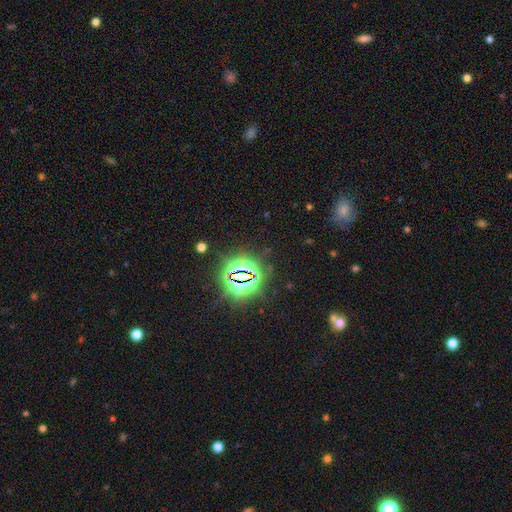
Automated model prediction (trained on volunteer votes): star or artifact 81%, smooth 11%, featured or disk 8%.